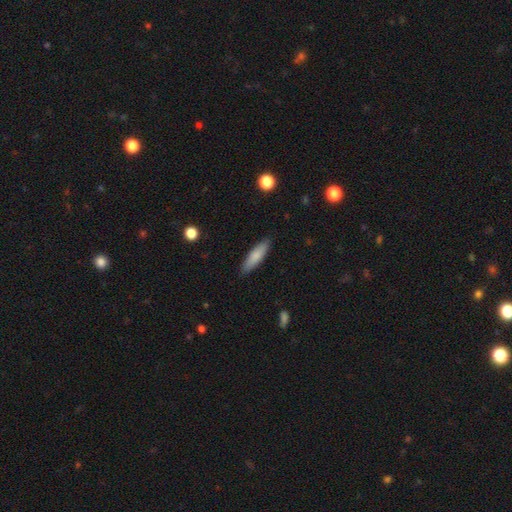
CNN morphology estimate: Q: Smooth or featured?
A: smooth (80%); runner-up: featured or disk (14%)
Q: How rounded?
A: cigar-shaped (65%); runner-up: in between (33%)
Q: Merging?
A: none (87%); runner-up: minor disturbance (10%)